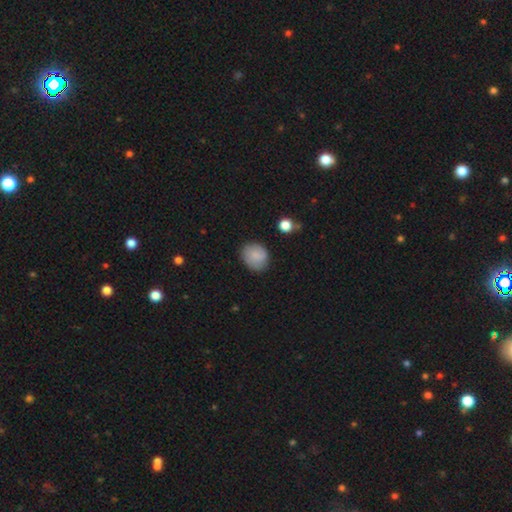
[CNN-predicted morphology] Smooth or featured? Predicted: smooth (p=0.79). How rounded? Predicted: round (p=0.62). Merging? Predicted: none (p=0.79).